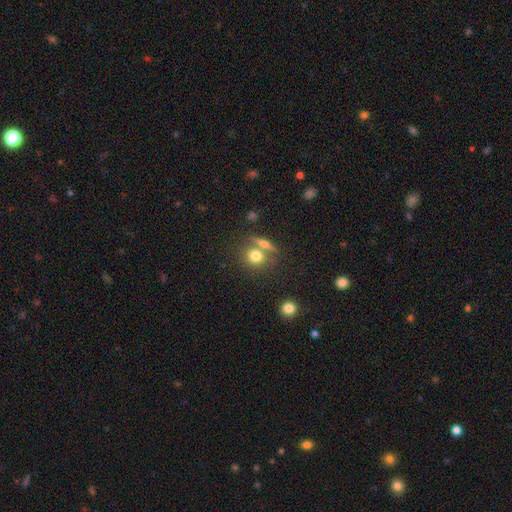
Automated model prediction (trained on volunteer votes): This is likely a smooth galaxy (73%). How rounded: likely round (78%). Merging: possibly none (56%).